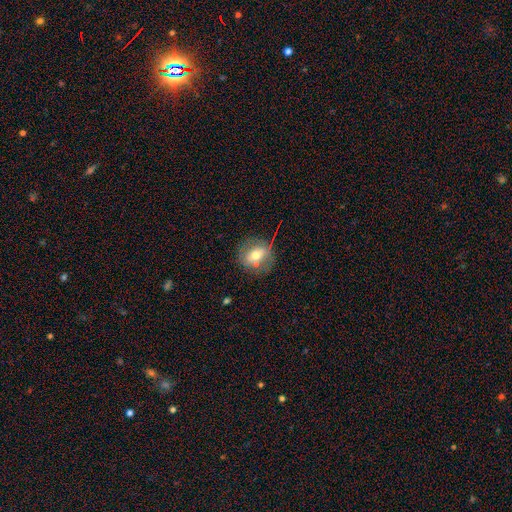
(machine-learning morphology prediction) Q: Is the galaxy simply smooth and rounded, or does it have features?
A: smooth — 54%.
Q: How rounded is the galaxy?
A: round — 71%.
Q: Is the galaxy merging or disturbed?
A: none — 69%.